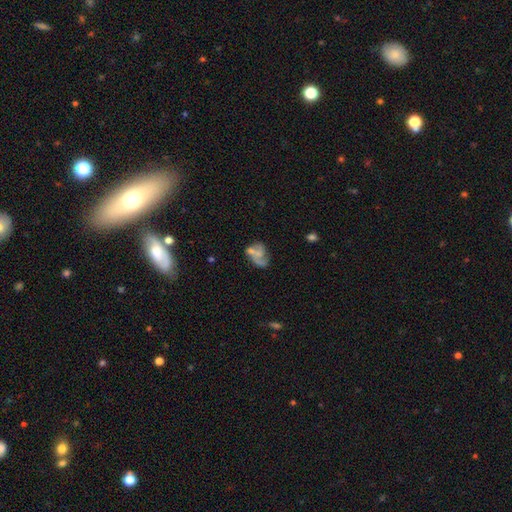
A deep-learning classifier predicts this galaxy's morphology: smooth_or_featured: featured or disk (p=0.56) [alt: smooth p=0.29]
disk_edge_on: no (p=0.97) [alt: yes p=0.03]
bar: no (p=0.74) [alt: weak p=0.20]
has_spiral_arms: yes (p=0.62) [alt: no p=0.38]
bulge_size: none (p=0.47) [alt: small p=0.31]
merging: none (p=0.39) [alt: major disturbance p=0.22]